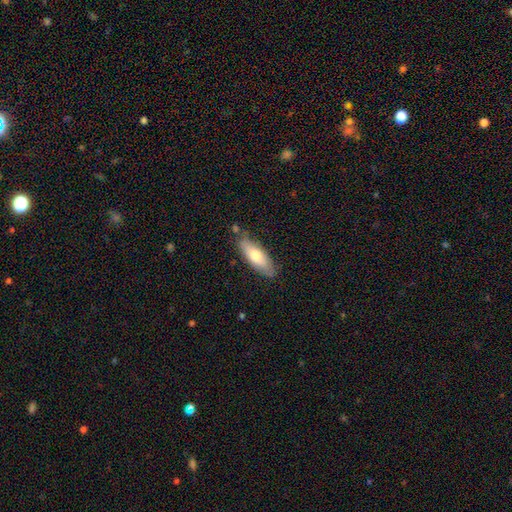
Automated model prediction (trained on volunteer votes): This is likely a smooth galaxy (68%). How rounded: likely in between (62%). Merging: likely none (77%).